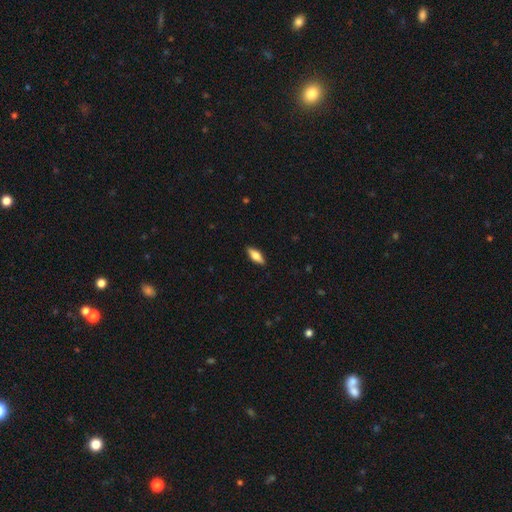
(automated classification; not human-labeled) Overall: smooth (68%). How rounded: in between (68%; cigar-shaped 30%). Merging: none (88%).